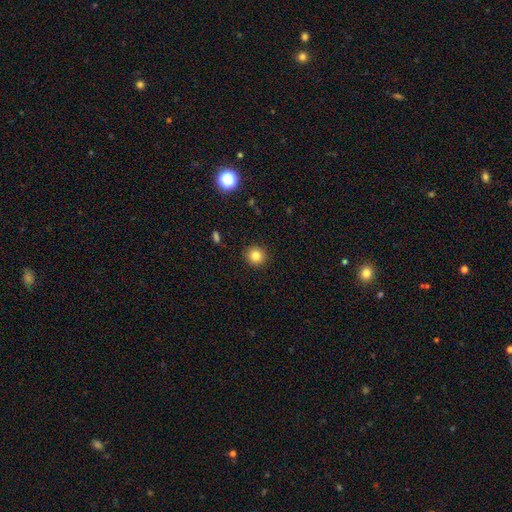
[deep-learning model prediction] Smooth or featured?
  - smooth: 82% *
  - star or artifact: 12%
  - featured or disk: 6%
How rounded?
  - round: 93% *
  - in between: 6%
  - cigar-shaped: 1%
Merging?
  - none: 92% *
  - minor disturbance: 6%
  - major disturbance: 2%
  - merger: 1%